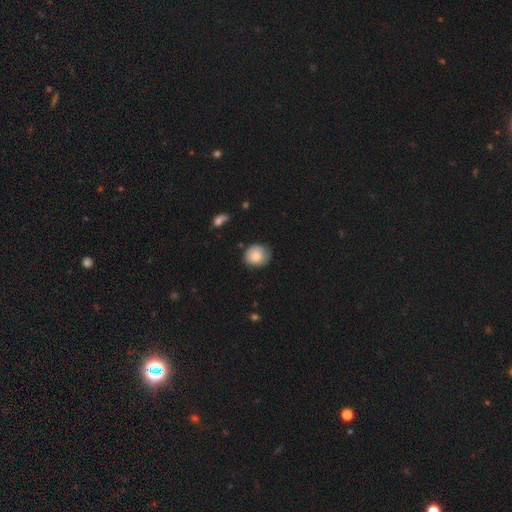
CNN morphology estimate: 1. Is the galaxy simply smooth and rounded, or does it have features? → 76% smooth, 16% featured or disk, 8% star or artifact.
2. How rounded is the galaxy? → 73% round, 27% in between, 1% cigar-shaped.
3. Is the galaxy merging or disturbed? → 67% none, 26% minor disturbance, 5% major disturbance, 2% merger.